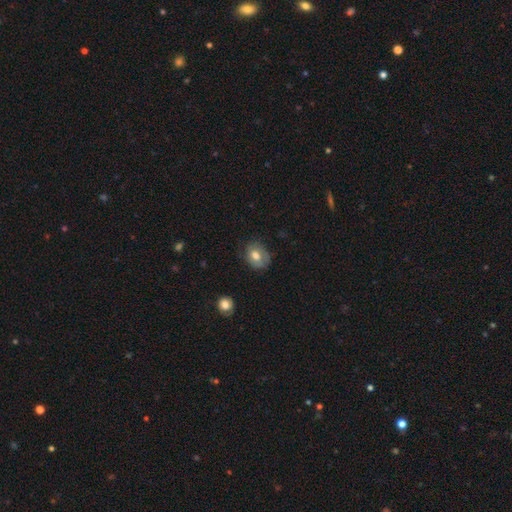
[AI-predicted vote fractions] Smooth or featured?
  - smooth: 66% *
  - featured or disk: 25%
  - star or artifact: 8%
How rounded?
  - in between: 56% *
  - round: 43%
  - cigar-shaped: 1%
Merging?
  - none: 71% *
  - minor disturbance: 21%
  - major disturbance: 6%
  - merger: 1%